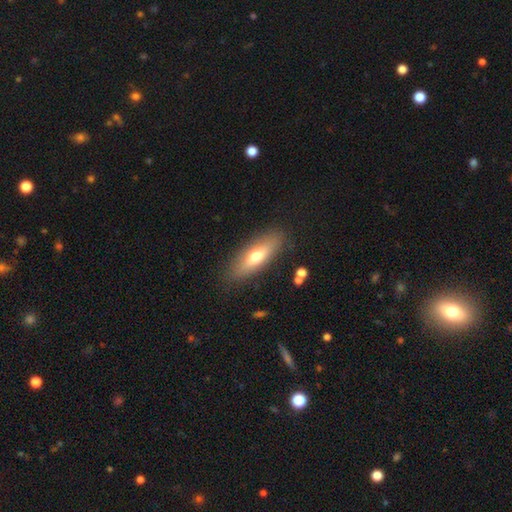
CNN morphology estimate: Smooth or featured?
  - smooth: 62% *
  - featured or disk: 32%
  - star or artifact: 7%
How rounded?
  - in between: 55% *
  - cigar-shaped: 42%
  - round: 3%
Merging?
  - none: 84% *
  - minor disturbance: 11%
  - major disturbance: 3%
  - merger: 2%